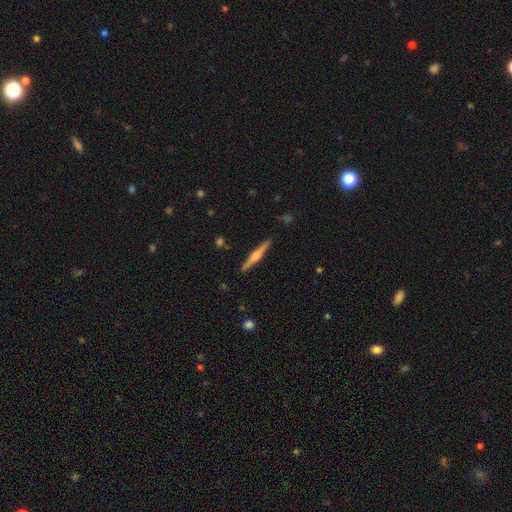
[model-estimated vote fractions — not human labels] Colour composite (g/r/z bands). It shows a featured or disk galaxy (72%) viewed edge-on (98%) with a rounded central bulge (88%). Merging: none (92%).